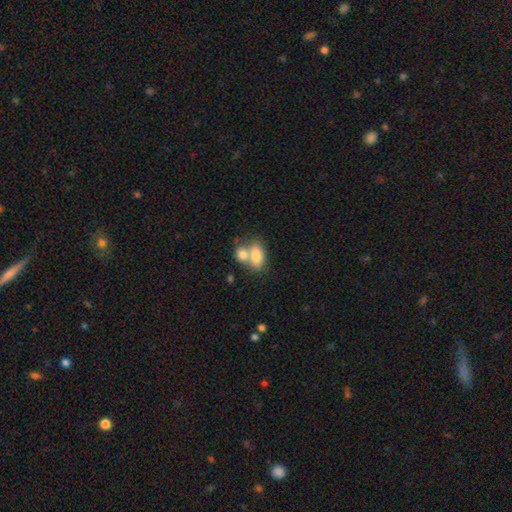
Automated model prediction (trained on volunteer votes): Smooth or featured: smooth — 79% (featured or disk — 13%)
How rounded: in between — 86% (round — 11%)
Merging: merger — 58% (none — 29%)